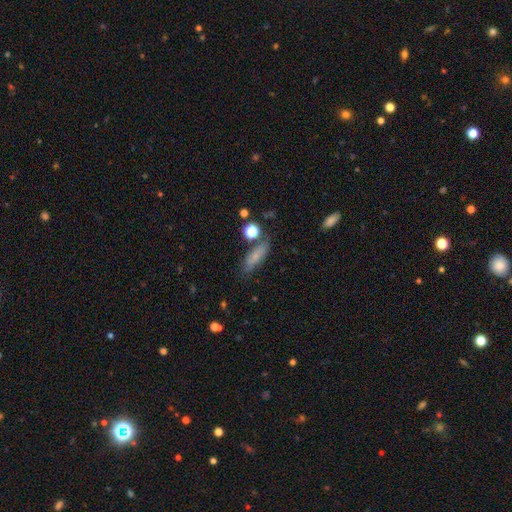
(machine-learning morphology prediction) Smooth or featured? Predicted: smooth (p=0.69). How rounded? Predicted: in between (p=0.52). Merging? Predicted: none (p=0.70).